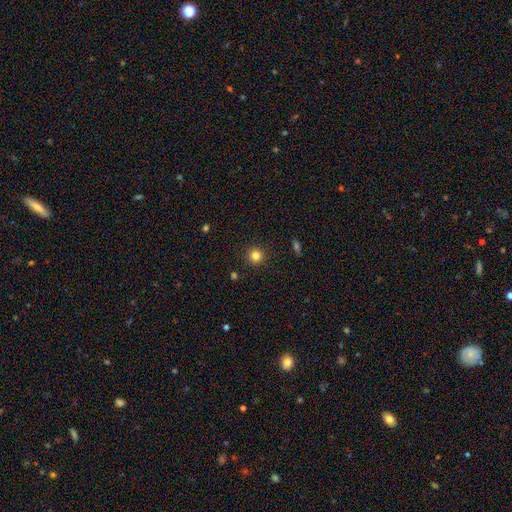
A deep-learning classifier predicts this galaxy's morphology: smooth-or-featured: smooth: 82% | star or artifact: 13% | featured or disk: 5%
  how-rounded: round: 94% | in between: 5% | cigar-shaped: 1%
  merging: none: 91% | minor disturbance: 5% | major disturbance: 2% | merger: 1%